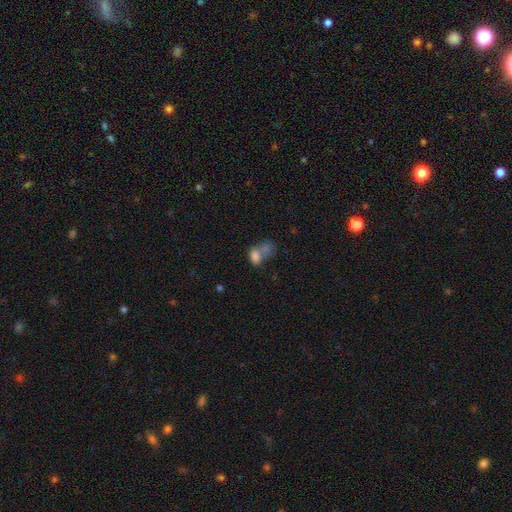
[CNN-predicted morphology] smooth 75%, featured or disk 13%, star or artifact 11%. Down the decision tree: how rounded — in between (76%); merging — merger (59%).